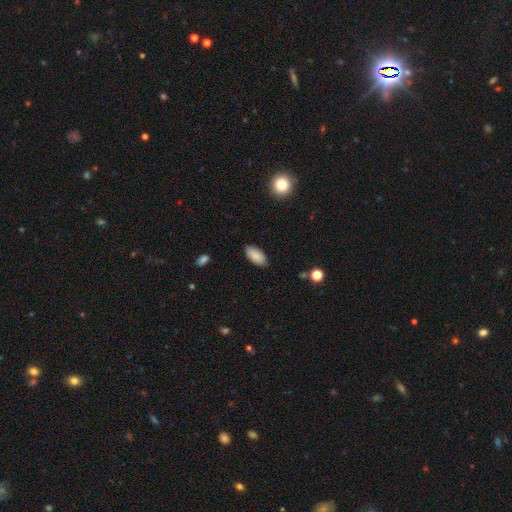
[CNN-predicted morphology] This is clearly a smooth galaxy (89%). How rounded: clearly in between (92%). Merging: clearly none (85%).